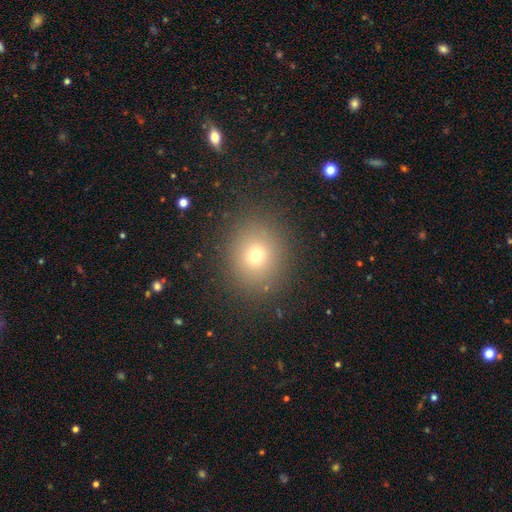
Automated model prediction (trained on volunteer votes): Overall: smooth (71%). How rounded: round (76%). Merging: none (87%).